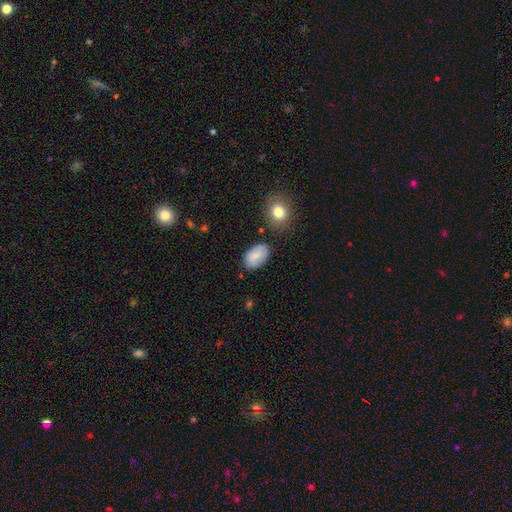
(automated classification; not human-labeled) Q: Smooth or featured?
A: smooth (77%); runner-up: featured or disk (16%)
Q: How rounded?
A: in between (91%); runner-up: round (8%)
Q: Merging?
A: none (74%); runner-up: minor disturbance (18%)